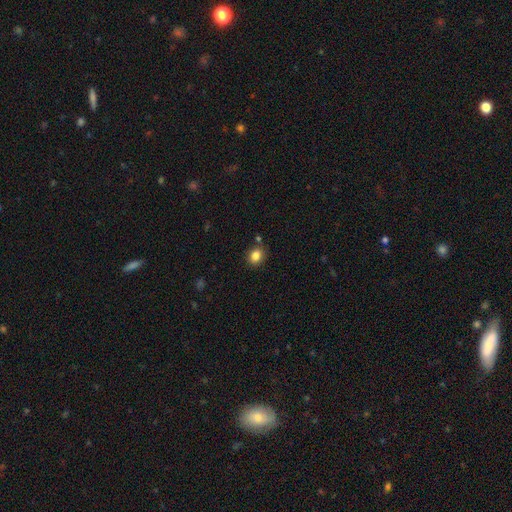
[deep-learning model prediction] A smooth galaxy with no disk features (84%) that is round (59%). Merging: none (83%).